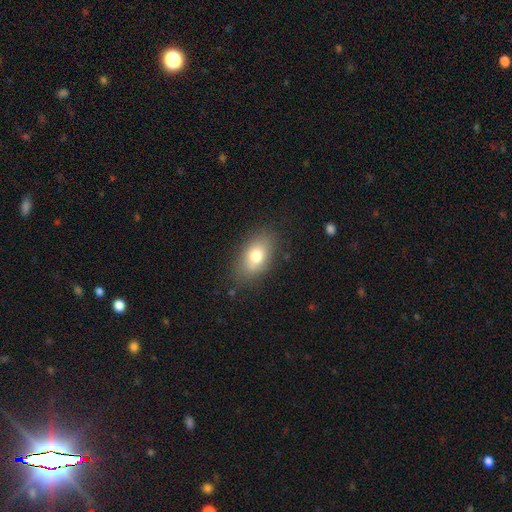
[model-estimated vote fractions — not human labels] smooth_or_featured: smooth (p=0.75) [alt: featured or disk p=0.16]
how_rounded: in between (p=0.87) [alt: round p=0.11]
merging: none (p=0.79) [alt: minor disturbance p=0.15]